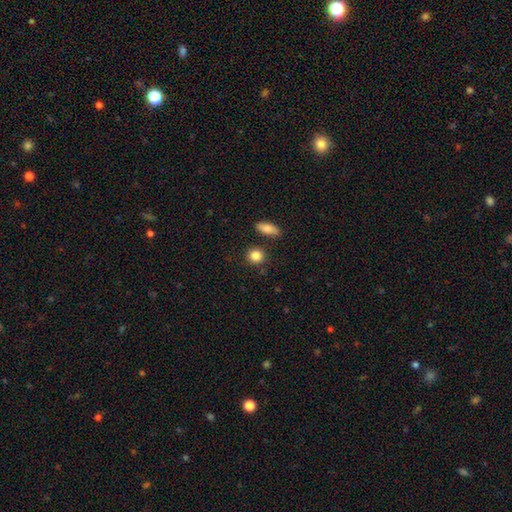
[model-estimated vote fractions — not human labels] The model was most divided on "how rounded": round: 80%, in between: 18%, cigar-shaped: 2%. More confident: smooth or featured — smooth (86%); merging — none (83%).